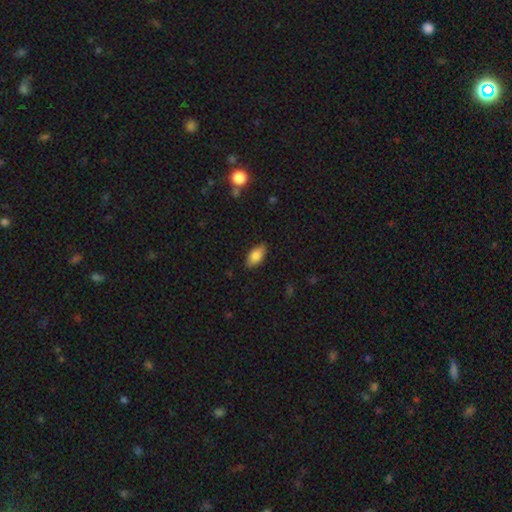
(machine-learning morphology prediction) This is clearly a smooth galaxy (83%). How rounded: clearly in between (91%). Merging: clearly none (82%).